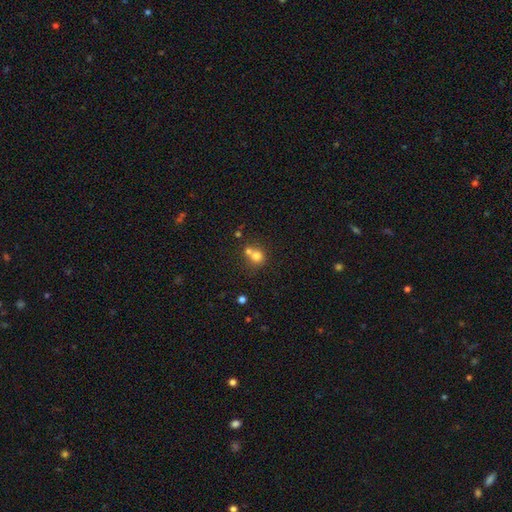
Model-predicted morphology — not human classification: Smooth or featured? smooth (75%)
How rounded? round (84%)
Merging? merger (50%)